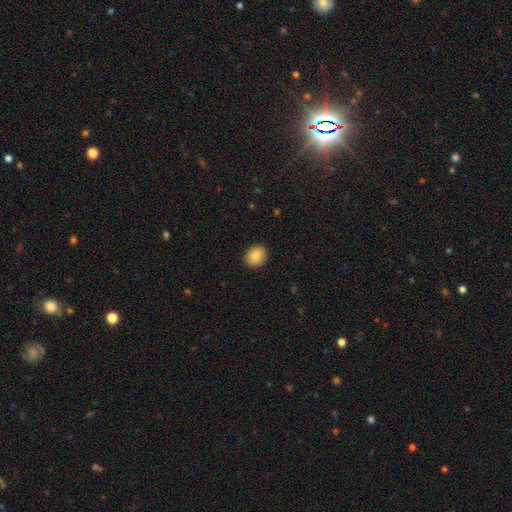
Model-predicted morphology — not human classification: Smooth or featured? smooth (86%)
How rounded? round (72%)
Merging? none (91%)